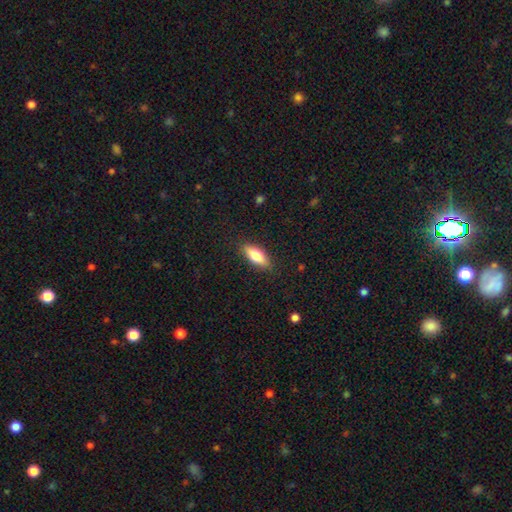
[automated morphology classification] A smooth galaxy with no disk features (74%) that is in between round and cigar-shaped (71%). Merging: none (86%).